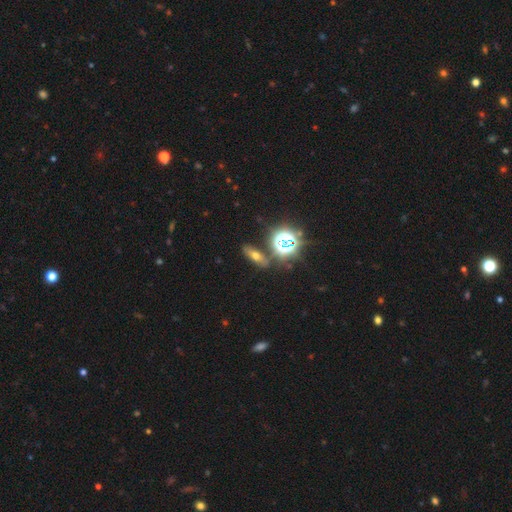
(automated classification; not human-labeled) This is marginally a smooth galaxy (41%). Merging: likely none (79%).